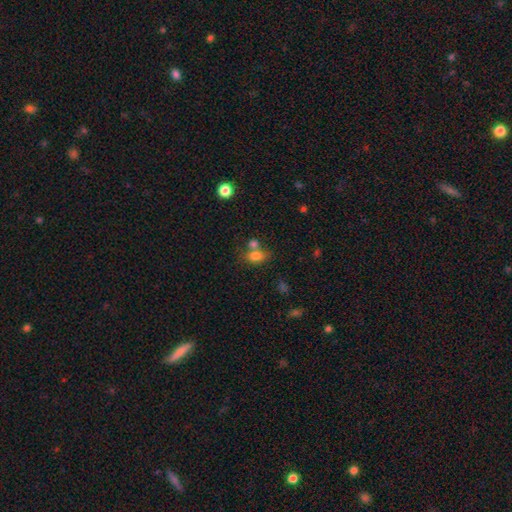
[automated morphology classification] This is likely a smooth galaxy (78%). How rounded: likely in between (69%). Merging: possibly none (46%).